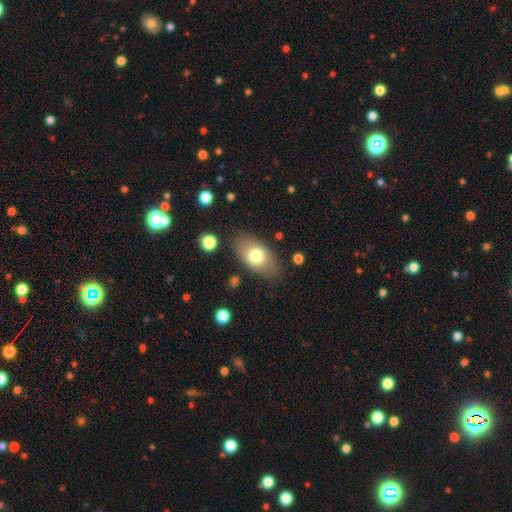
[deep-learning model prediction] Smooth or featured: smooth — 73% (featured or disk — 19%)
How rounded: in between — 90% (round — 8%)
Merging: none — 79% (minor disturbance — 14%)